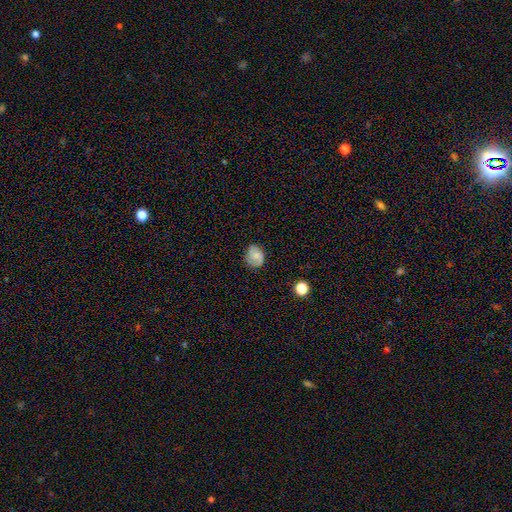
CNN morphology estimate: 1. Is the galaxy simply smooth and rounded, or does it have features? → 53% smooth, 37% featured or disk, 9% star or artifact.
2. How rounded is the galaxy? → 59% round, 40% in between, 1% cigar-shaped.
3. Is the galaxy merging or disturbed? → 76% none, 18% minor disturbance, 4% major disturbance, 1% merger.